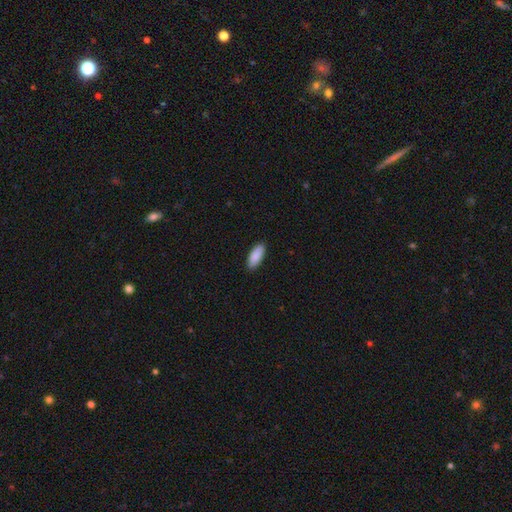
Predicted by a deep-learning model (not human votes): A smooth galaxy with no disk features (90%) that is in between round and cigar-shaped (80%).

Vote fractions:
- Smooth or featured? smooth: 90% / star or artifact: 5% / featured or disk: 5%
- How rounded? in between: 80% / cigar-shaped: 19% / round: 2%
- Merging? none: 90% / minor disturbance: 8% / major disturbance: 2% / merger: 1%